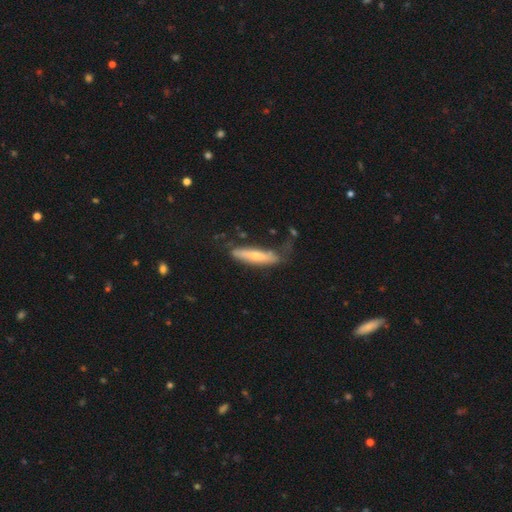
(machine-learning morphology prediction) Q: Smooth or featured?
A: smooth (55%); runner-up: featured or disk (39%)
Q: How rounded?
A: cigar-shaped (78%); runner-up: in between (20%)
Q: Merging?
A: none (54%); runner-up: minor disturbance (29%)